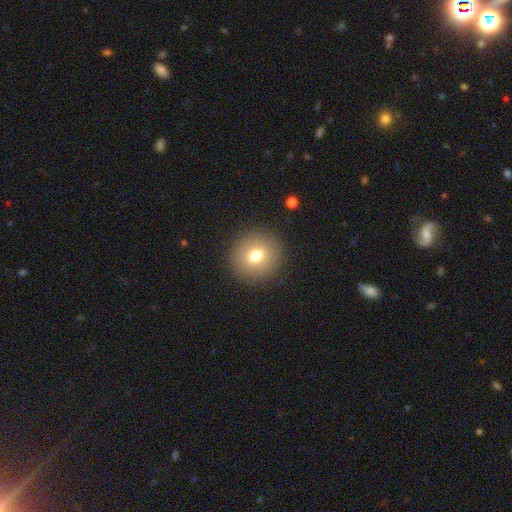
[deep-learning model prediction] Smooth or featured?
  - smooth: 73% *
  - featured or disk: 16%
  - star or artifact: 11%
How rounded?
  - round: 87% *
  - in between: 12%
  - cigar-shaped: 1%
Merging?
  - none: 89% *
  - minor disturbance: 6%
  - major disturbance: 3%
  - merger: 1%